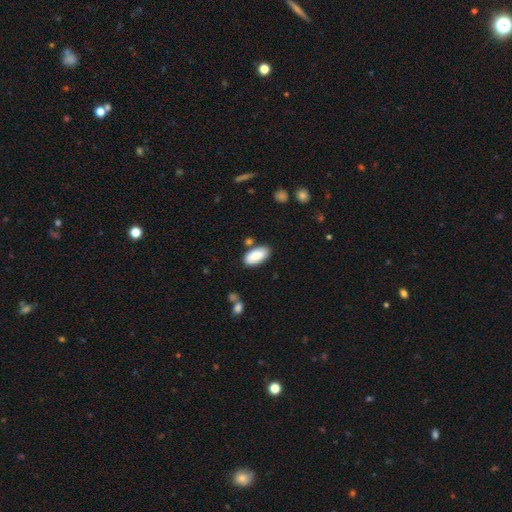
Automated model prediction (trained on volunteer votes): Smooth or featured? smooth (87%)
How rounded? in between (94%)
Merging? none (75%)